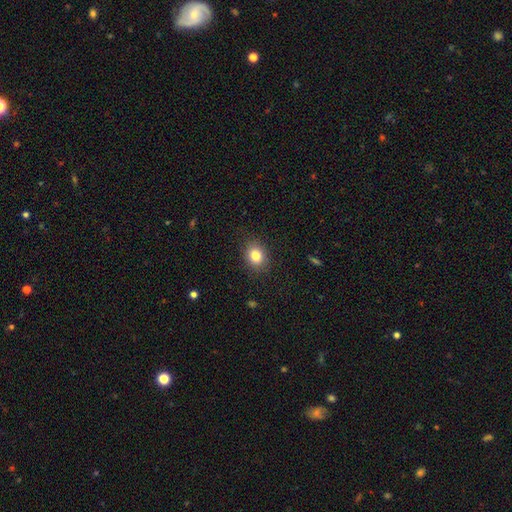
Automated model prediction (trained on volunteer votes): Smooth or featured? Predicted: smooth (p=0.83). How rounded? Predicted: round (p=0.53). Merging? Predicted: none (p=0.86).